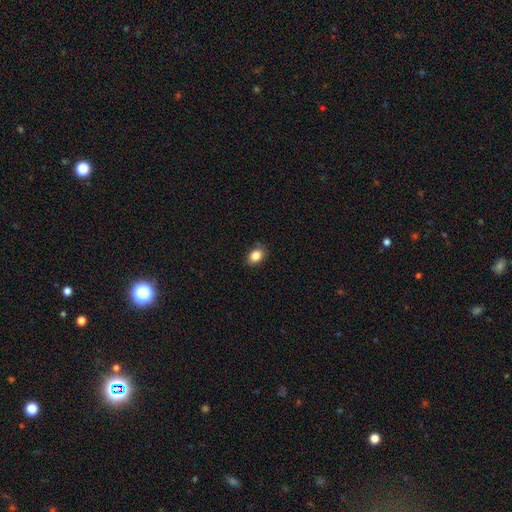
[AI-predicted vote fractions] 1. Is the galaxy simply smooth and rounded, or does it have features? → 85% smooth, 9% star or artifact, 6% featured or disk.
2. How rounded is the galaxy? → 72% in between, 26% round, 1% cigar-shaped.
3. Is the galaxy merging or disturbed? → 84% none, 12% minor disturbance, 2% major disturbance, 1% merger.